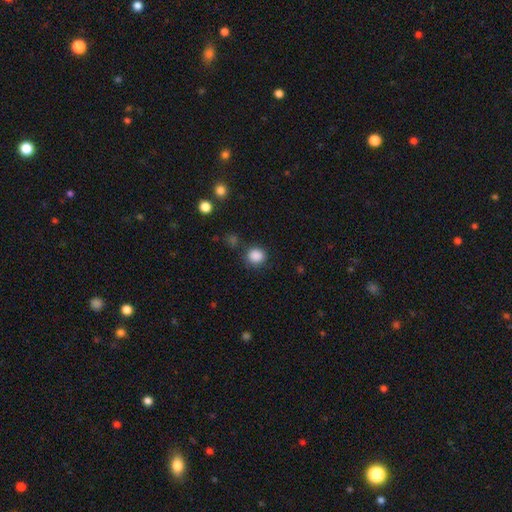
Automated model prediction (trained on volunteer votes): This appears to be a smooth galaxy with no disk features (87%) that is round (82%). Merging: none (80%).